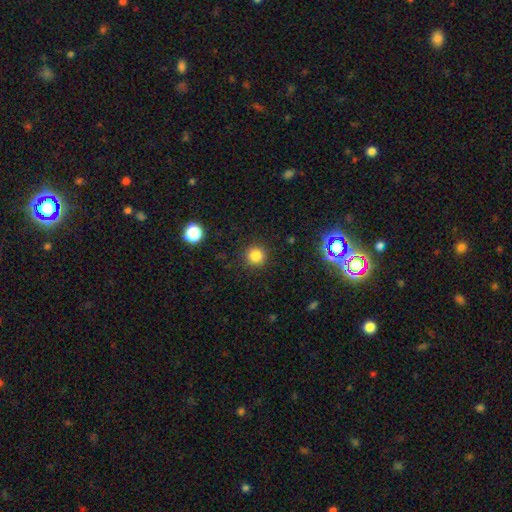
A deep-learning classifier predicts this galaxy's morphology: The model was most divided on "smooth or featured": smooth: 82%, star or artifact: 14%, featured or disk: 5%. More confident: how rounded — round (94%); merging — none (91%).